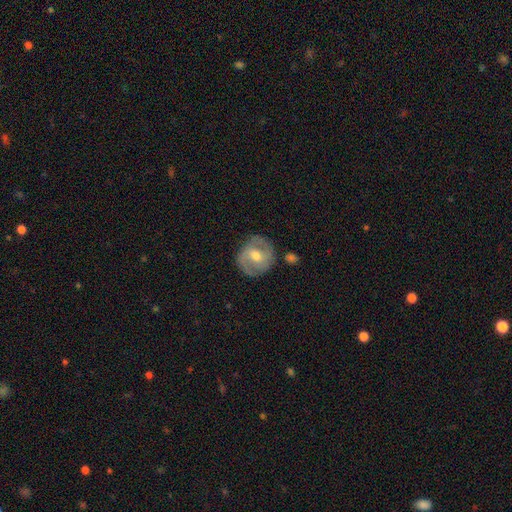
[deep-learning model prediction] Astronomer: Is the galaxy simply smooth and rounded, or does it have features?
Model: featured or disk — 62%.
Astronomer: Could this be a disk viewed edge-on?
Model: no — 96%.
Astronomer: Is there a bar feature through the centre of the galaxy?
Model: weak — 45% (runner-up: no, 38%).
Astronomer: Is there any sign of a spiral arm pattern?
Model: yes — 76%.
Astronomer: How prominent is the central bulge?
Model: moderate — 72%.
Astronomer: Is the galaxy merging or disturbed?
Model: none — 77%.